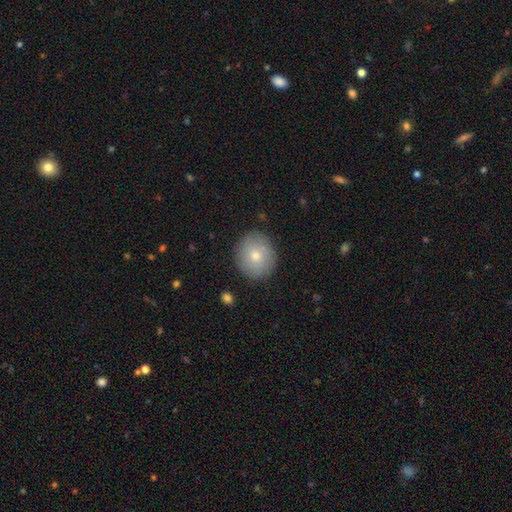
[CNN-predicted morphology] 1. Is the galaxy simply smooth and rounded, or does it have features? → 72% smooth, 20% featured or disk, 7% star or artifact.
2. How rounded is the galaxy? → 78% round, 21% in between, 1% cigar-shaped.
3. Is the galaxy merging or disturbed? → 86% none, 10% minor disturbance, 3% major disturbance, 1% merger.